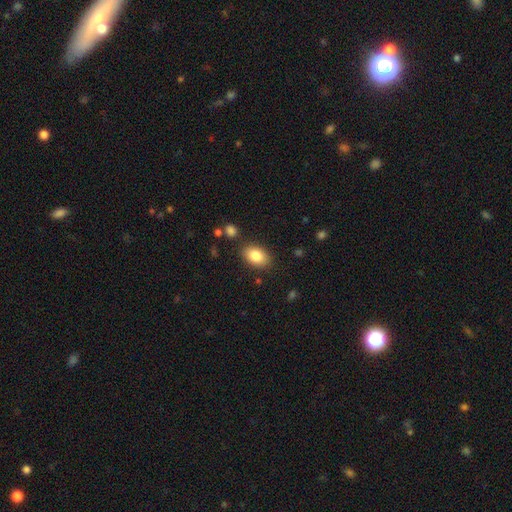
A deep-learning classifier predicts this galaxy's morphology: Smooth or featured: smooth — 84% (featured or disk — 8%)
How rounded: in between — 86% (round — 13%)
Merging: none — 84% (minor disturbance — 10%)